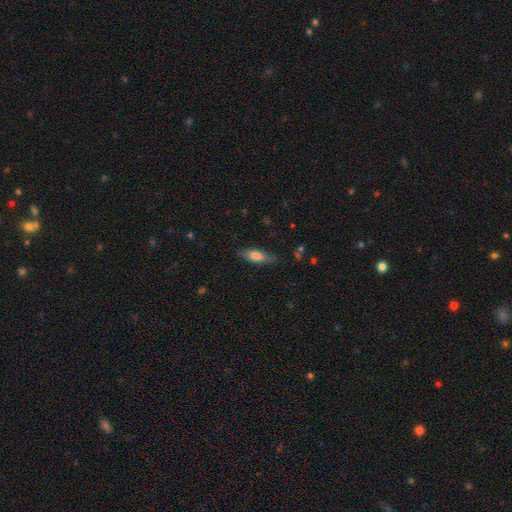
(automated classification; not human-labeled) Smooth or featured?
  - smooth: 75% *
  - featured or disk: 18%
  - star or artifact: 7%
How rounded?
  - in between: 62% *
  - cigar-shaped: 36%
  - round: 2%
Merging?
  - none: 77% *
  - minor disturbance: 17%
  - major disturbance: 4%
  - merger: 1%